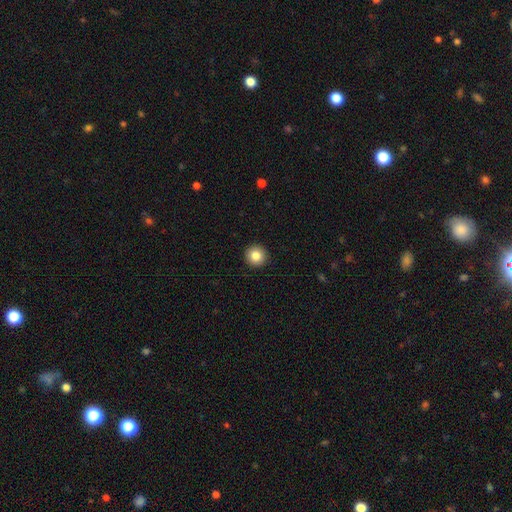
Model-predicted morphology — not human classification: smooth 84%, star or artifact 10%, featured or disk 6%. Down the decision tree: how rounded — round (95%); merging — none (93%).